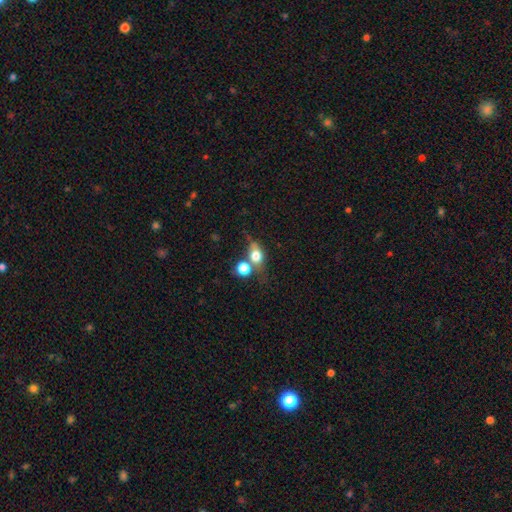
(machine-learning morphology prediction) This appears to be a smooth galaxy with no disk features (73%) that is in between round and cigar-shaped (58%). Merging: none (39%).